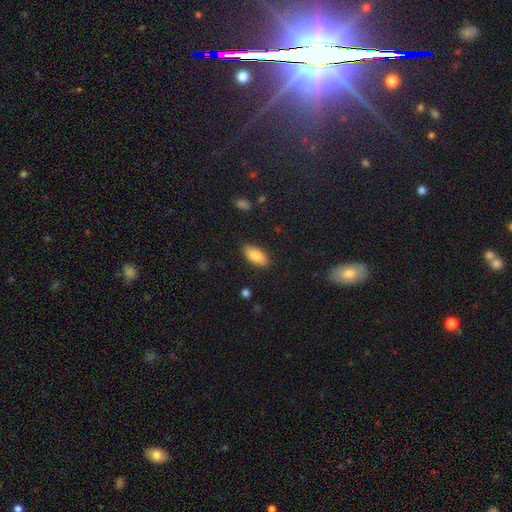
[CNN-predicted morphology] The model was most divided on "merging": none: 86%, minor disturbance: 10%, major disturbance: 3%, merger: 1%. More confident: how rounded — in between (89%); smooth or featured — smooth (86%).